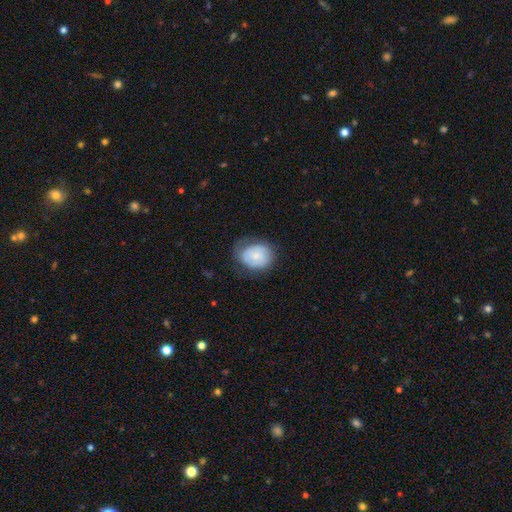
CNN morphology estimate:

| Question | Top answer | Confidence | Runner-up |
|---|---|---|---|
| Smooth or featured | smooth | 59% | featured or disk (34%) |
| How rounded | round | 50% | in between (49%) |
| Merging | none | 52% | minor disturbance (32%) |